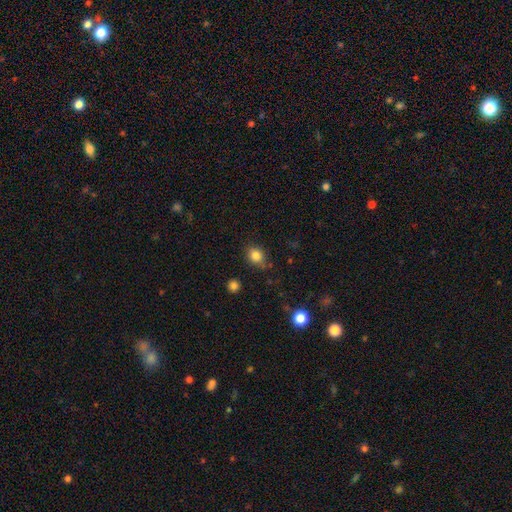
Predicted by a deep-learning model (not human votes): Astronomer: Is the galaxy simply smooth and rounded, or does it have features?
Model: smooth — 84%.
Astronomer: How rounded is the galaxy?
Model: round — 62% (runner-up: in between, 37%).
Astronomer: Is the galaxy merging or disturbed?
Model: none — 78%.